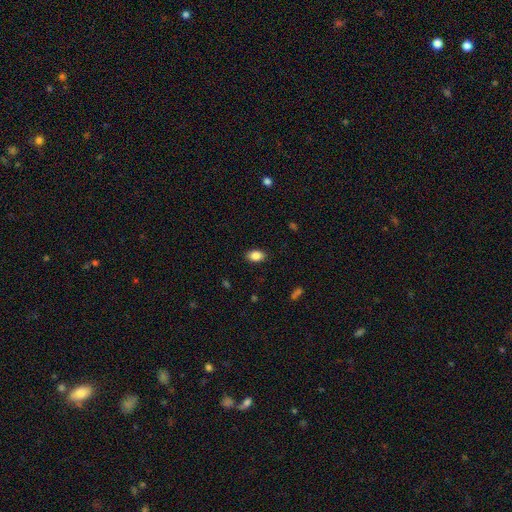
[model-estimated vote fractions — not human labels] Morphology: type=smooth (86%); roundness=in between (85%); merging=none (87%).